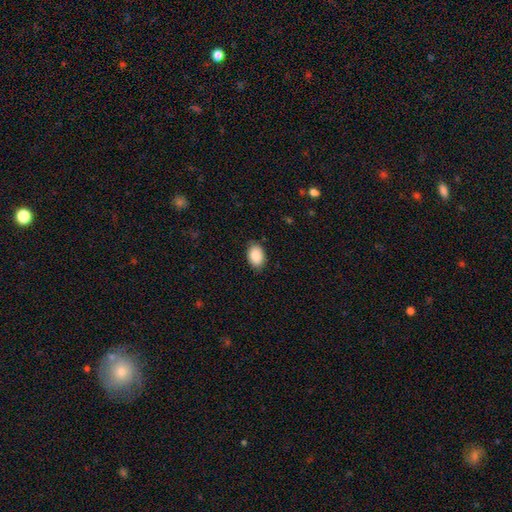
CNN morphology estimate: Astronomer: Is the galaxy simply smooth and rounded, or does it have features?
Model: smooth — 89%.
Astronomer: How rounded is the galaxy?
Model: in between — 88%.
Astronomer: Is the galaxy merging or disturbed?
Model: none — 85%.